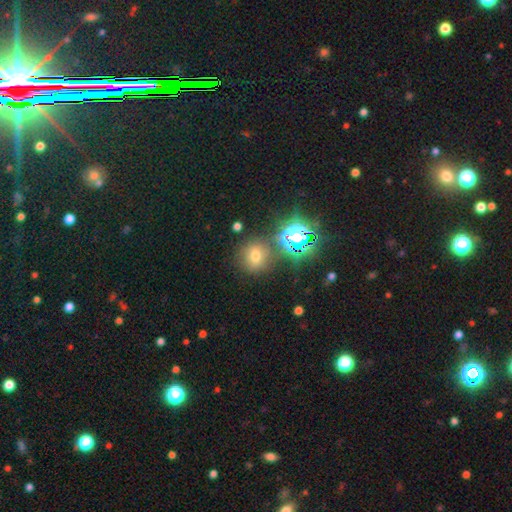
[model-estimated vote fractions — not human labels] Smooth or featured: smooth — 57% (star or artifact — 31%)
How rounded: round — 85% (in between — 14%)
Merging: none — 74% (minor disturbance — 12%)